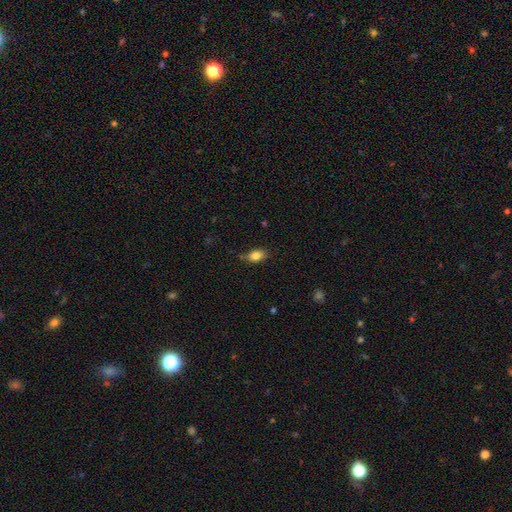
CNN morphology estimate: type=smooth (83%); roundness=in between (84%); merging=none (74%).